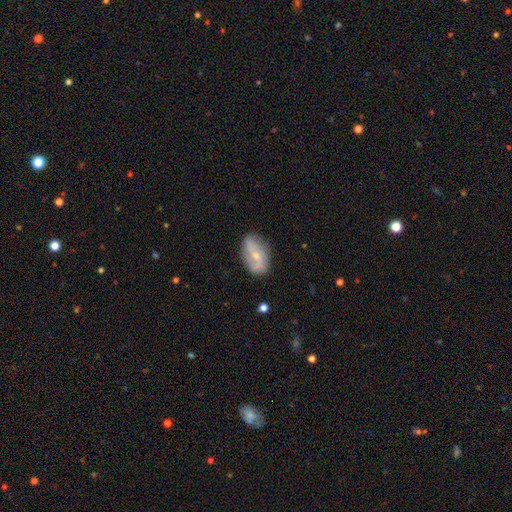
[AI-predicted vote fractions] Smooth or featured: featured or disk — 63% (smooth — 30%)
Edge-on disk: no — 93% (yes — 7%)
Bar: no — 41% (weak — 37%)
Spiral arms: yes — 76% (no — 24%)
Bulge size: small — 62% (moderate — 34%)
Merging: none — 74% (minor disturbance — 19%)